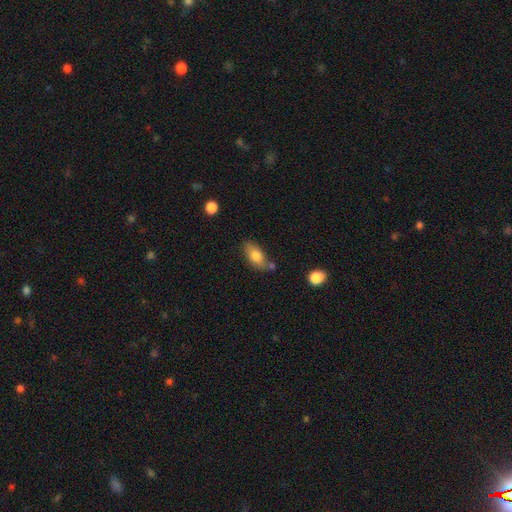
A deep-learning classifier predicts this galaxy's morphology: type=smooth (78%); roundness=in between (87%); merging=none (68%).